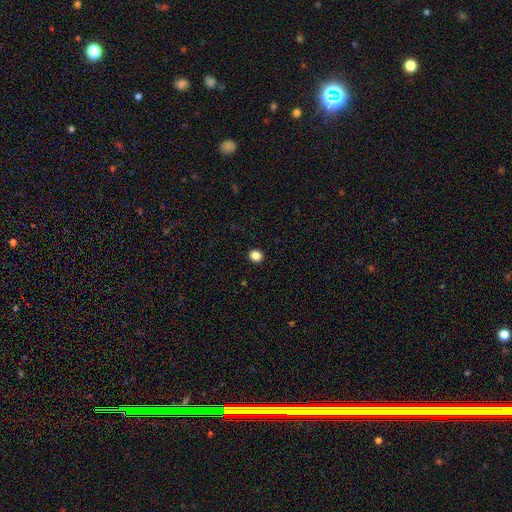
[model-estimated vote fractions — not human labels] Morphology: type=smooth (86%); roundness=round (84%); merging=none (93%).